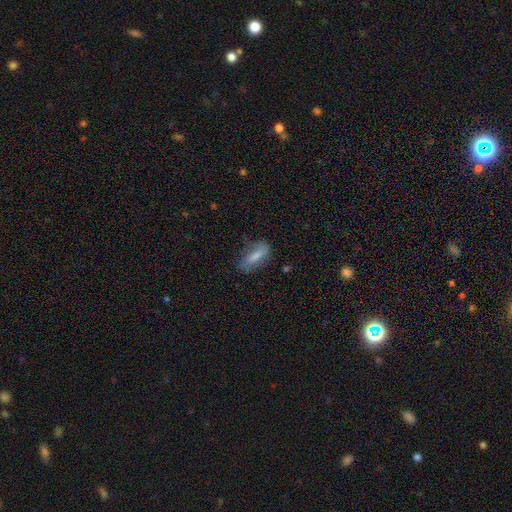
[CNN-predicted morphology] The model was most divided on "how rounded": in between: 64%, cigar-shaped: 33%, round: 3%. More confident: smooth or featured — smooth (69%); merging — none (63%).